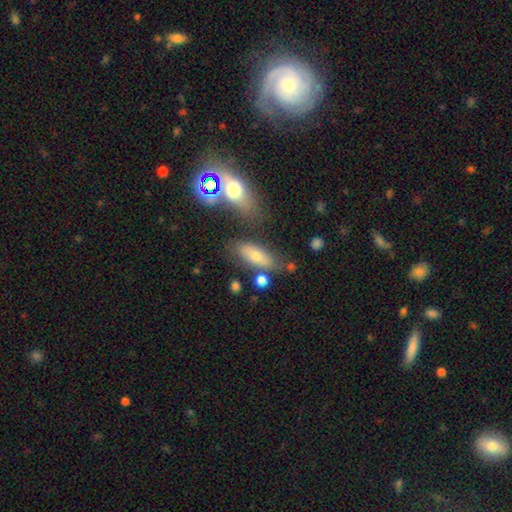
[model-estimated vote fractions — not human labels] A smooth galaxy with no disk features (64%) that is in between round and cigar-shaped (71%).

Vote fractions:
- Smooth or featured? smooth: 64% / featured or disk: 23% / star or artifact: 14%
- How rounded? in between: 71% / cigar-shaped: 24% / round: 5%
- Merging? none: 70% / minor disturbance: 15% / merger: 10% / major disturbance: 5%